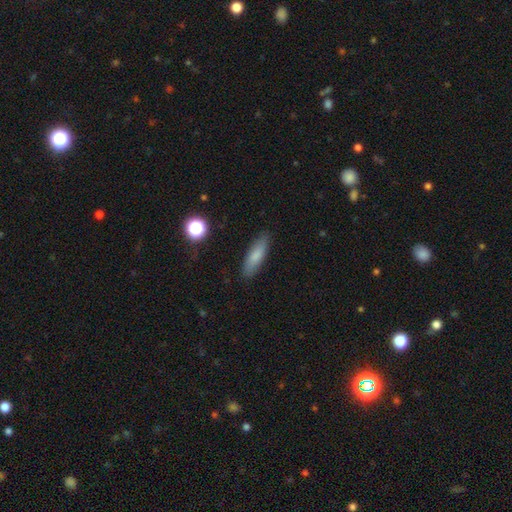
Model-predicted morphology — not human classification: Q: Smooth or featured?
A: smooth (79%); runner-up: featured or disk (13%)
Q: How rounded?
A: cigar-shaped (55%); runner-up: in between (43%)
Q: Merging?
A: none (87%); runner-up: minor disturbance (10%)